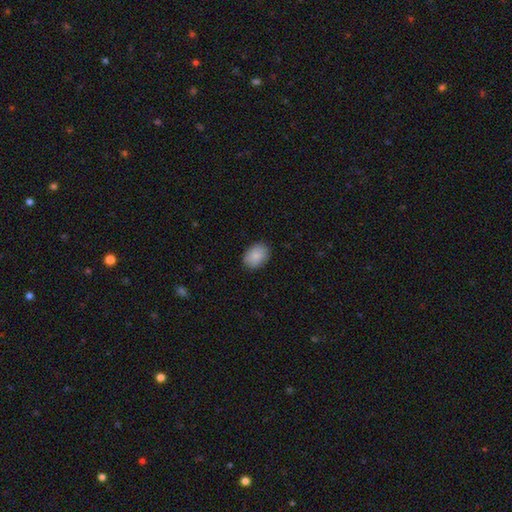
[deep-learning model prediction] smooth-or-featured: smooth: 87% | star or artifact: 7% | featured or disk: 6%
  how-rounded: in between: 75% | round: 24% | cigar-shaped: 1%
  merging: none: 87% | minor disturbance: 10% | major disturbance: 2% | merger: 1%